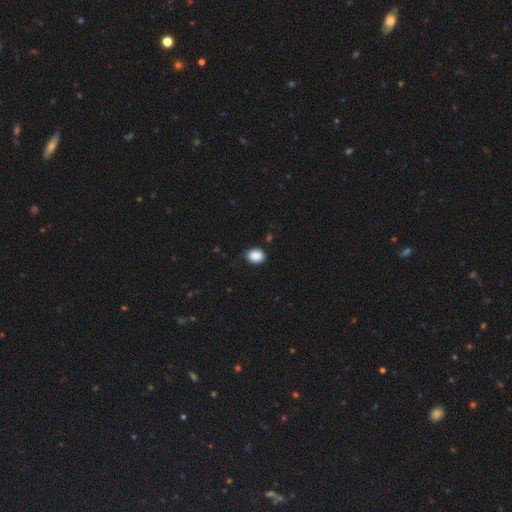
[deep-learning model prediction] Smooth or featured? smooth (89%)
How rounded? in between (61%)
Merging? none (83%)